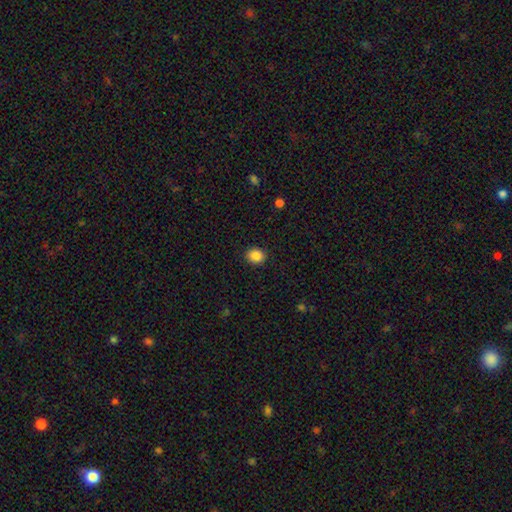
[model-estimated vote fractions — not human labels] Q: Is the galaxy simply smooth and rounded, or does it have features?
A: smooth — 88%.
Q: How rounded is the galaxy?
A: round — 62%.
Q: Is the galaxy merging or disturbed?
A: none — 91%.